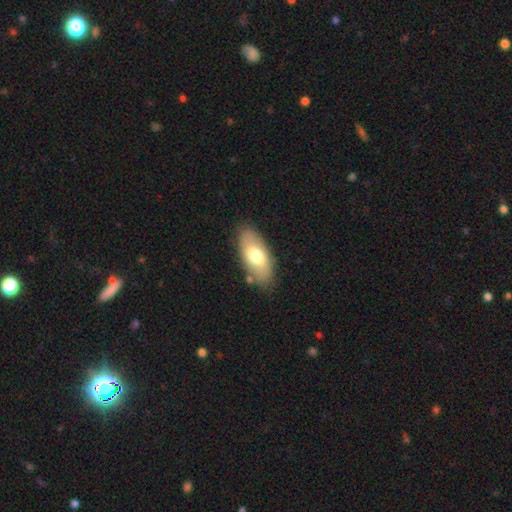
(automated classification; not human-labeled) The model was most divided on "smooth or featured": smooth: 68%, featured or disk: 26%, star or artifact: 6%. More confident: how rounded — in between (91%); merging — none (80%).